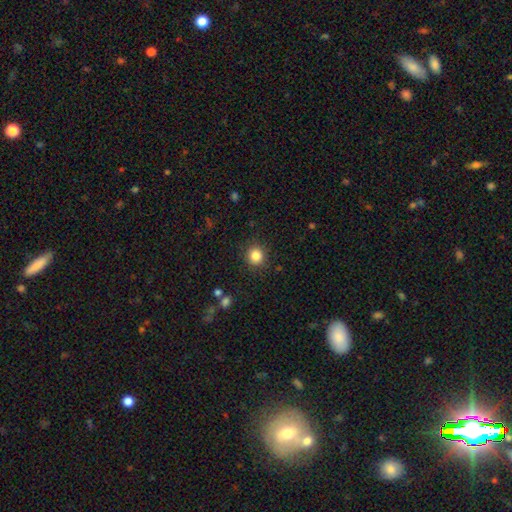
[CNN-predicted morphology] Smooth or featured?
  - smooth: 84% *
  - star or artifact: 11%
  - featured or disk: 5%
How rounded?
  - round: 90% *
  - in between: 9%
  - cigar-shaped: 1%
Merging?
  - none: 89% *
  - minor disturbance: 7%
  - major disturbance: 3%
  - merger: 1%